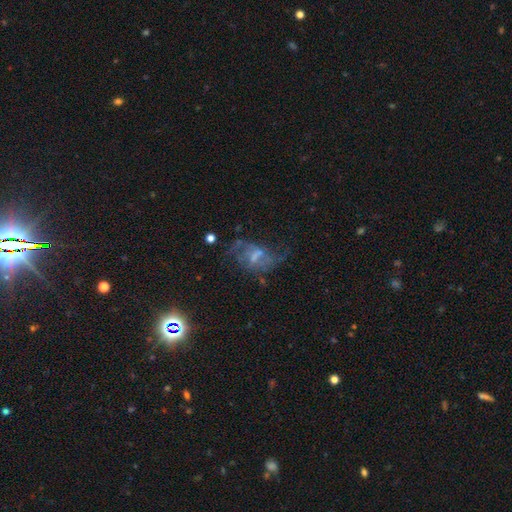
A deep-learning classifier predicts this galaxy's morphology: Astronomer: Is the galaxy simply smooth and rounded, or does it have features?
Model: featured or disk — 70%.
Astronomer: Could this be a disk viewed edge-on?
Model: no — 96%.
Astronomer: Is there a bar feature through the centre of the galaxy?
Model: weak — 51% (runner-up: no, 29%).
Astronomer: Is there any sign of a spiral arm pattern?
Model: yes — 73%.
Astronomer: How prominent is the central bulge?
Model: none — 34% (runner-up: small, 30%).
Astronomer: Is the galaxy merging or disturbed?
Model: none — 43% (runner-up: major disturbance, 32%).